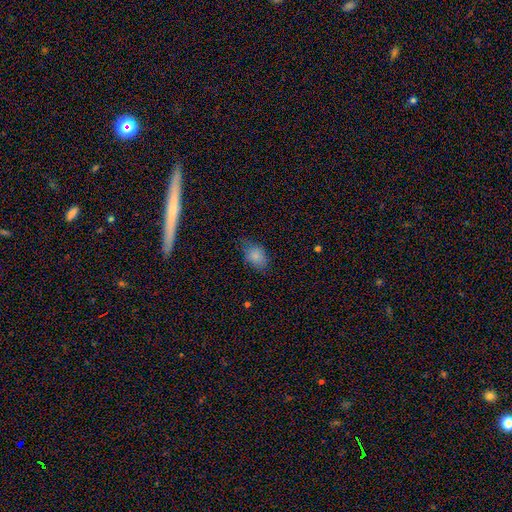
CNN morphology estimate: Smooth or featured?
  - smooth: 83% *
  - star or artifact: 10%
  - featured or disk: 8%
How rounded?
  - in between: 78% *
  - round: 20%
  - cigar-shaped: 2%
Merging?
  - none: 59% *
  - minor disturbance: 31%
  - major disturbance: 9%
  - merger: 1%